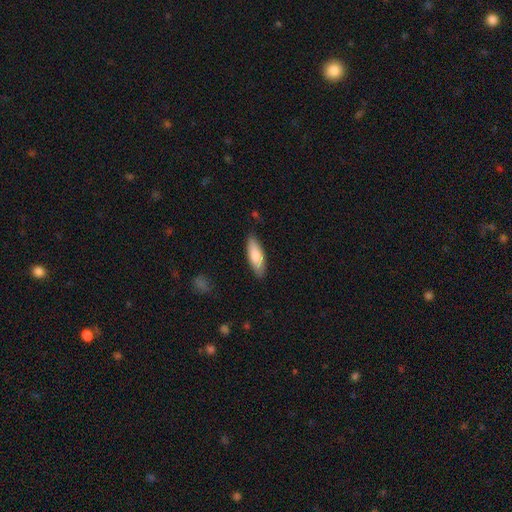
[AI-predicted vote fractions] smooth-or-featured: smooth: 81% | featured or disk: 14% | star or artifact: 5%
  how-rounded: in between: 61% | cigar-shaped: 37% | round: 2%
  merging: none: 85% | minor disturbance: 12% | major disturbance: 2% | merger: 1%